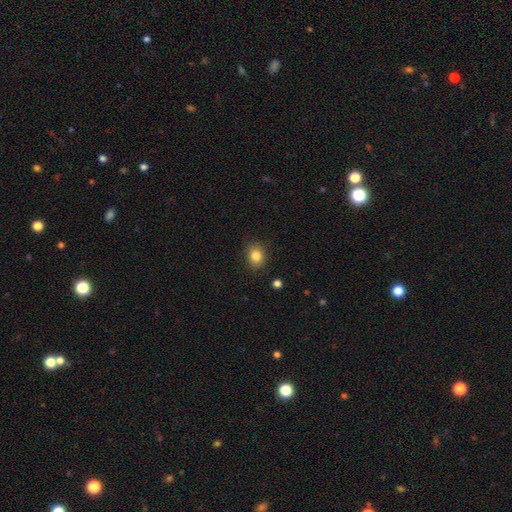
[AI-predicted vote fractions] Q: Smooth or featured?
A: smooth (84%); runner-up: star or artifact (10%)
Q: How rounded?
A: round (54%); runner-up: in between (45%)
Q: Merging?
A: none (85%); runner-up: minor disturbance (11%)